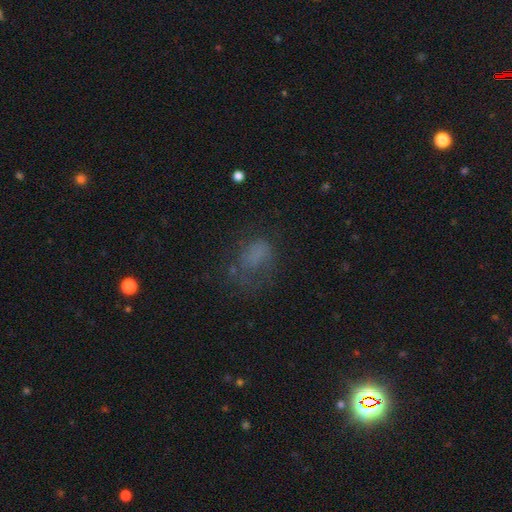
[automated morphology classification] A smooth galaxy with no disk features (55%) that is in between round and cigar-shaped (70%). Merging: none (43%).